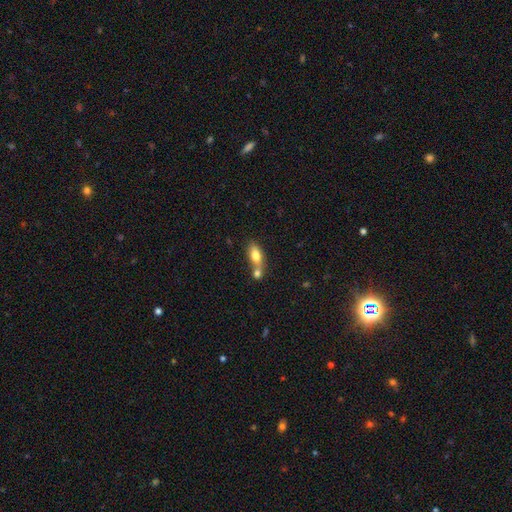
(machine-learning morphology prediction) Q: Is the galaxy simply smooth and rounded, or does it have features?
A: smooth — 77%.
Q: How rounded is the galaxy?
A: in between — 82%.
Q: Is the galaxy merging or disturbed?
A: merger — 51%.